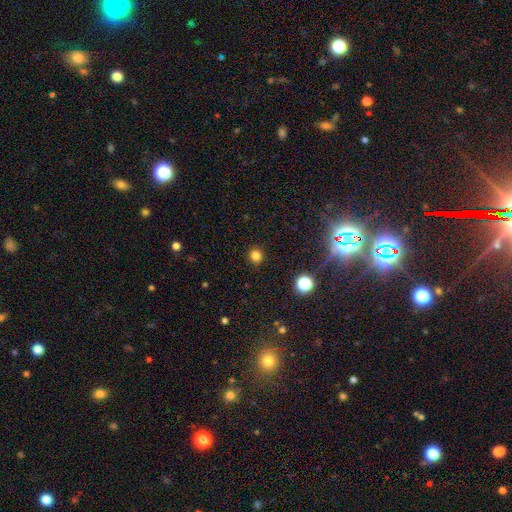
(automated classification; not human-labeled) Smooth or featured? Predicted: smooth (p=0.79). How rounded? Predicted: round (p=0.90). Merging? Predicted: none (p=0.91).